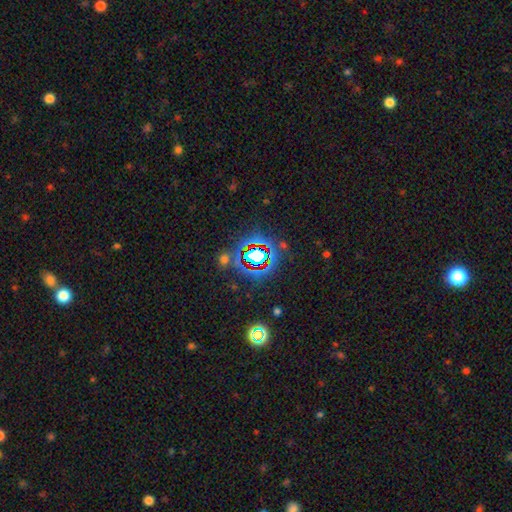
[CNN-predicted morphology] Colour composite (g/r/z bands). It shows a star or artifact, not a galaxy (70%).